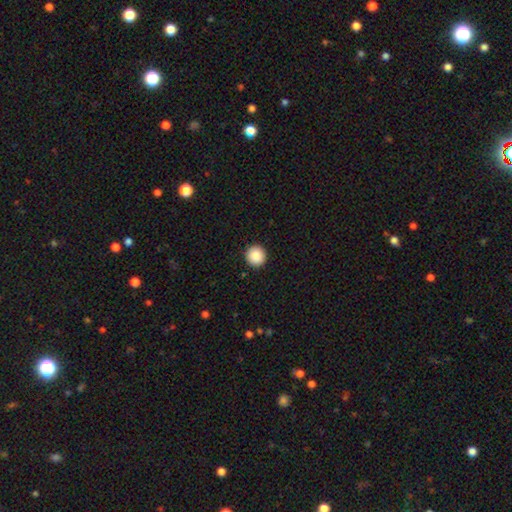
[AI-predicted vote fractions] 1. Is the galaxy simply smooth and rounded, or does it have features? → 88% smooth, 8% star or artifact, 3% featured or disk.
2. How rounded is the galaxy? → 95% round, 4% in between, 1% cigar-shaped.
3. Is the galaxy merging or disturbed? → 93% none, 5% minor disturbance, 2% major disturbance, 1% merger.